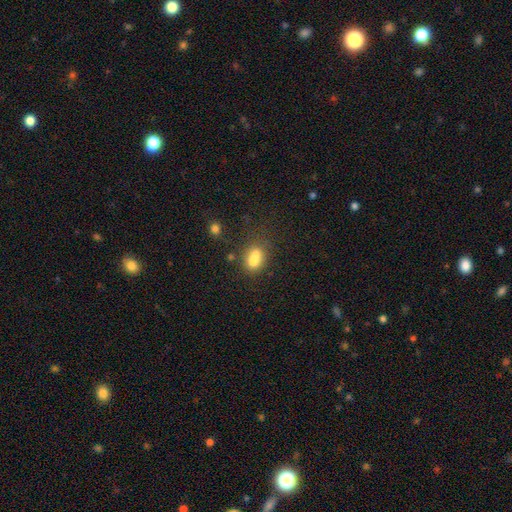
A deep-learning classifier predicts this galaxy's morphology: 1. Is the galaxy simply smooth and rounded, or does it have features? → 77% smooth, 13% star or artifact, 9% featured or disk.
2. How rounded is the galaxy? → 77% in between, 15% round, 8% cigar-shaped.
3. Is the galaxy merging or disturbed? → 61% none, 19% minor disturbance, 13% merger, 8% major disturbance.